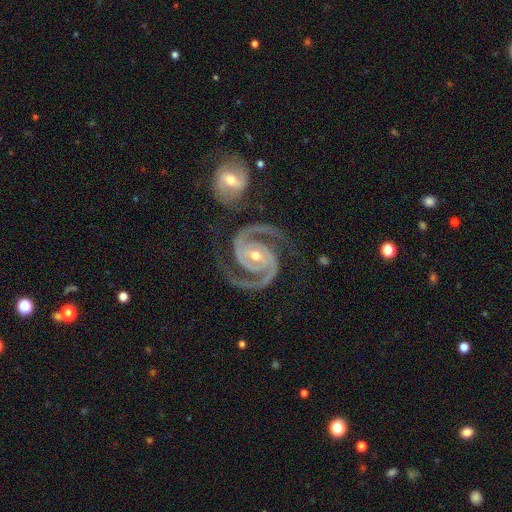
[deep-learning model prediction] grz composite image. It shows a featured or disk galaxy (94%) with no bar (43%), 2 (94%) medium (47%) spiral arms (99%) and a moderate central bulge (58%). Merging: none (75%).